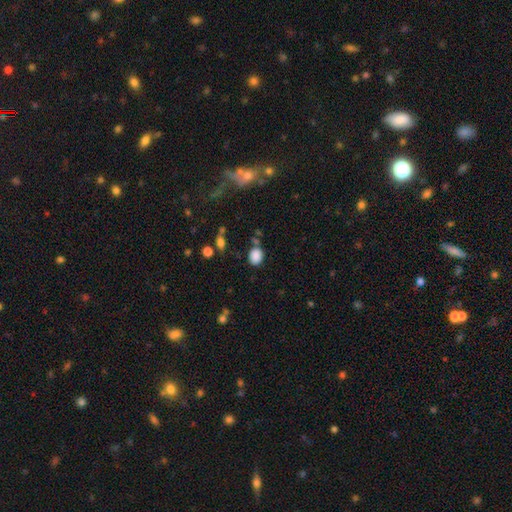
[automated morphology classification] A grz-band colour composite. It shows a smooth galaxy with no disk features (86%) that is in between round and cigar-shaped (51%). Merging: none (72%).